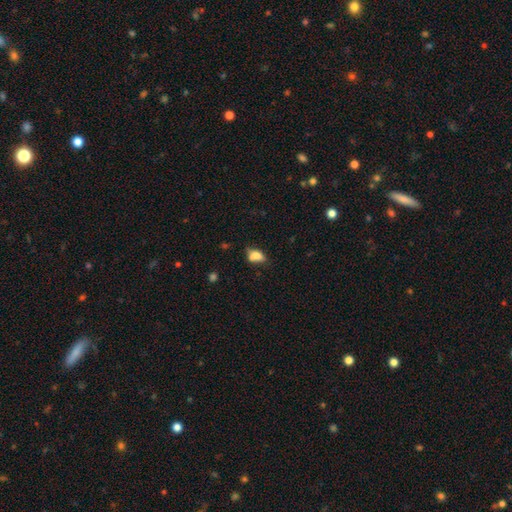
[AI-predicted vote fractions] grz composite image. It shows a smooth galaxy with no disk features (76%) that is in between round and cigar-shaped (83%). Merging: none (45%).